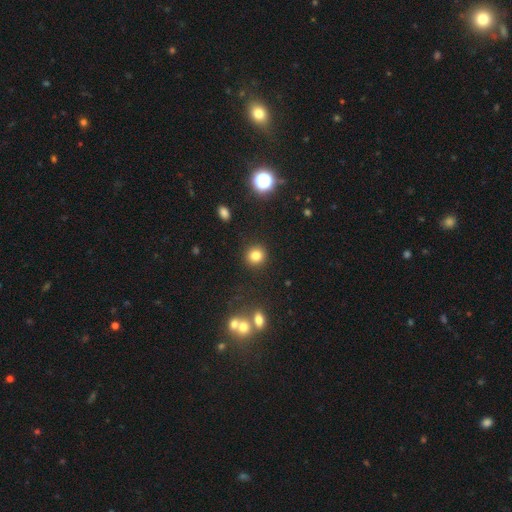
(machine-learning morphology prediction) This is clearly a smooth galaxy (81%). How rounded: clearly round (90%). Merging: clearly none (90%).